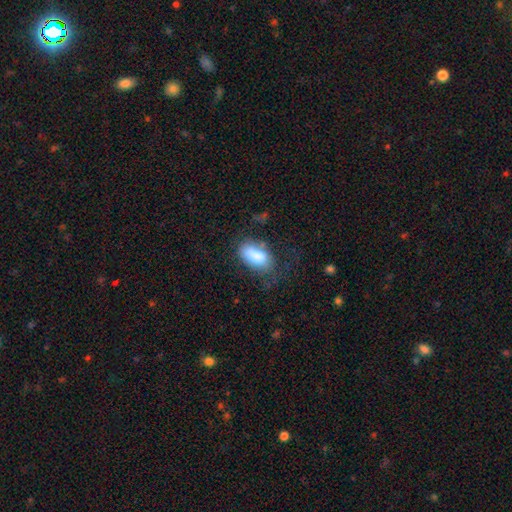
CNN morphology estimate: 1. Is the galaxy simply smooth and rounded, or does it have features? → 81% smooth, 12% featured or disk, 7% star or artifact.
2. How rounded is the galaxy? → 92% in between, 4% round, 3% cigar-shaped.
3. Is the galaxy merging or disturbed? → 50% none, 26% minor disturbance, 18% major disturbance, 5% merger.